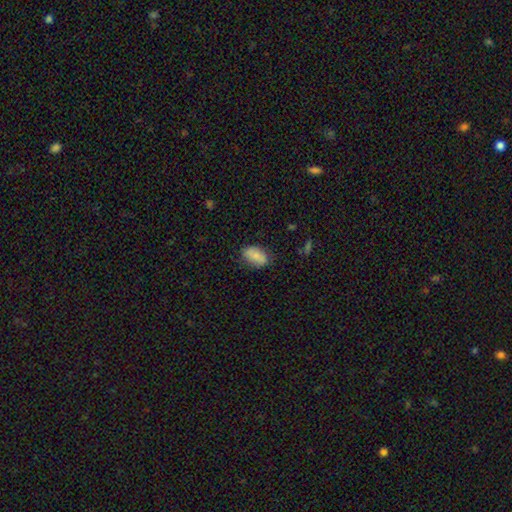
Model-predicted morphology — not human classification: A smooth galaxy with no disk features (81%) that is in between round and cigar-shaped (91%).

Vote fractions:
- Smooth or featured? smooth: 81% / featured or disk: 12% / star or artifact: 7%
- How rounded? in between: 91% / round: 6% / cigar-shaped: 3%
- Merging? none: 75% / minor disturbance: 19% / major disturbance: 4% / merger: 2%